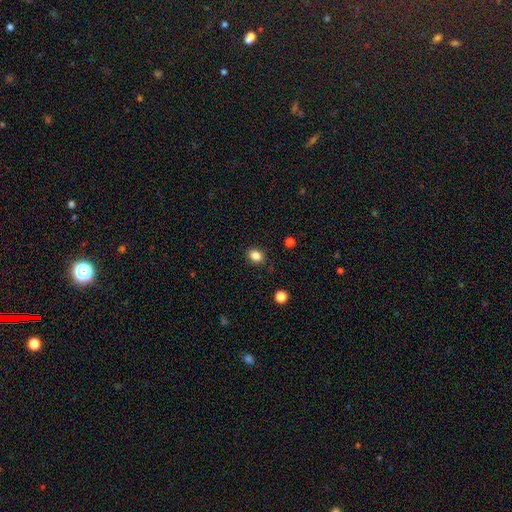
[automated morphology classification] smooth_or_featured: smooth (p=0.85) [alt: star or artifact p=0.11]
how_rounded: in between (p=0.50) [alt: round p=0.49]
merging: none (p=0.86) [alt: minor disturbance p=0.10]